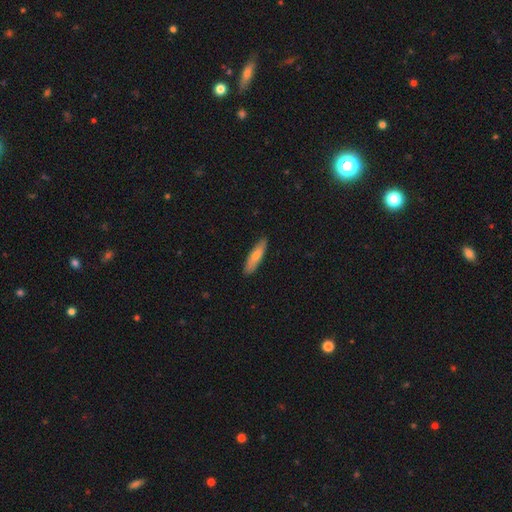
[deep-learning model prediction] Morphology: type=smooth (70%); roundness=cigar-shaped (78%); merging=none (88%).